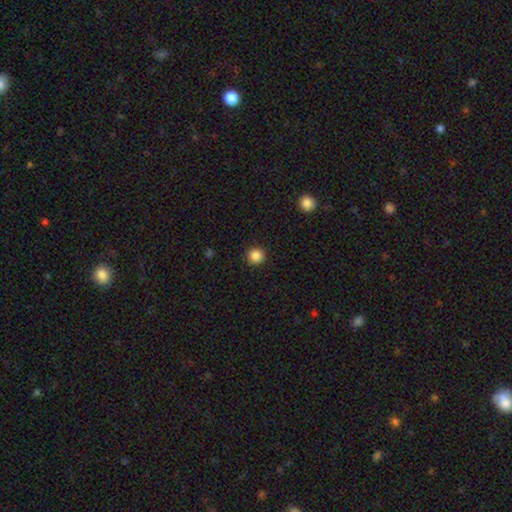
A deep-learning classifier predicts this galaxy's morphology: type=smooth (86%); roundness=round (95%); merging=none (93%).